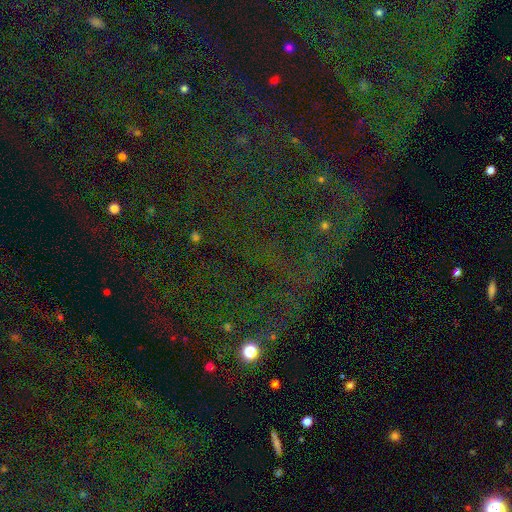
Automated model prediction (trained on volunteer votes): A star or artifact, not a galaxy (80%).